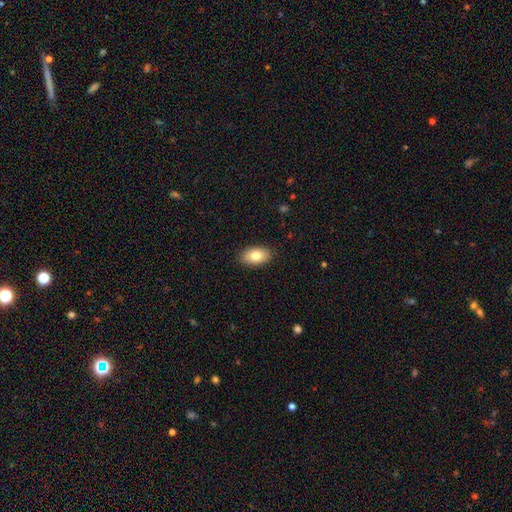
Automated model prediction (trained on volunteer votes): This appears to be a smooth galaxy with no disk features (79%) that is in between round and cigar-shaped (92%). Merging: none (89%).